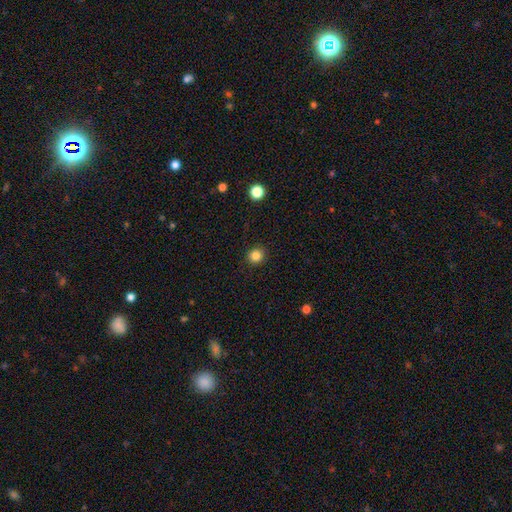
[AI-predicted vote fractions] Smooth or featured: smooth — 84% (star or artifact — 12%)
How rounded: round — 91% (in between — 8%)
Merging: none — 91% (minor disturbance — 6%)